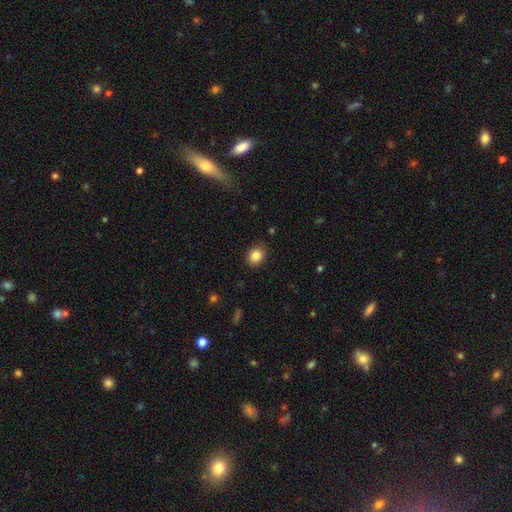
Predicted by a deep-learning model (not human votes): smooth 85%, star or artifact 10%, featured or disk 6%. Down the decision tree: how rounded — round (61%); merging — none (85%).